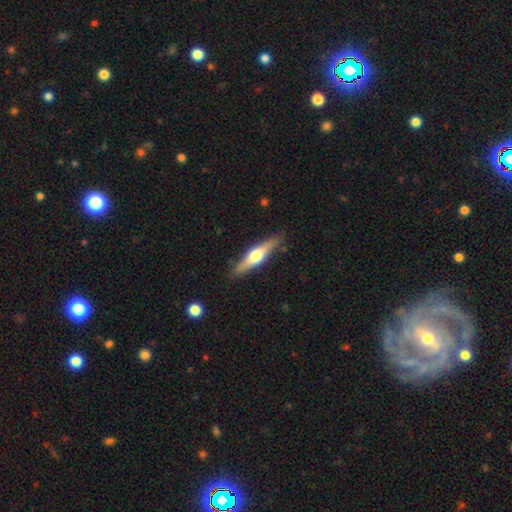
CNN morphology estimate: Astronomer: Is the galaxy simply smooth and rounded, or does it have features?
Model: featured or disk — 59% (runner-up: smooth, 36%).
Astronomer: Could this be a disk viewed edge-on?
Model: yes — 94%.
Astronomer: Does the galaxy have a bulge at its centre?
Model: rounded — 93%.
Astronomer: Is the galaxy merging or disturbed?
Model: none — 86%.